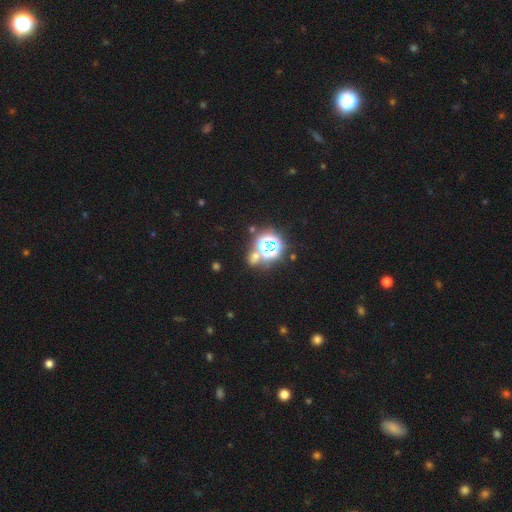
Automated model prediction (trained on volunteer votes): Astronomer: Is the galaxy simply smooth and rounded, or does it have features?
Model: star or artifact — 62%.